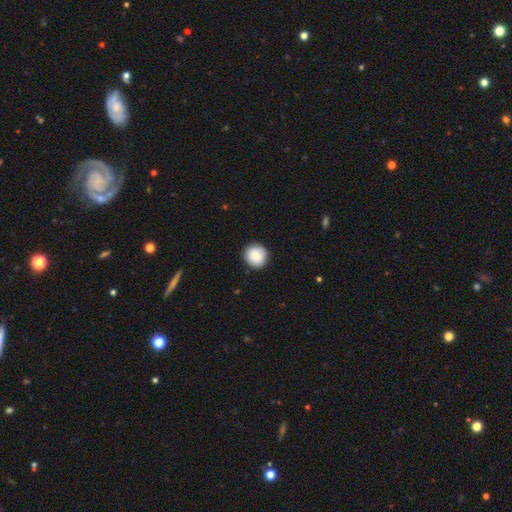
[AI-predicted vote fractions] A smooth galaxy with no disk features (83%) that is round (91%).

Vote fractions:
- Smooth or featured? smooth: 83% / featured or disk: 10% / star or artifact: 7%
- How rounded? round: 91% / in between: 8% / cigar-shaped: 1%
- Merging? none: 88% / minor disturbance: 9% / major disturbance: 2% / merger: 1%